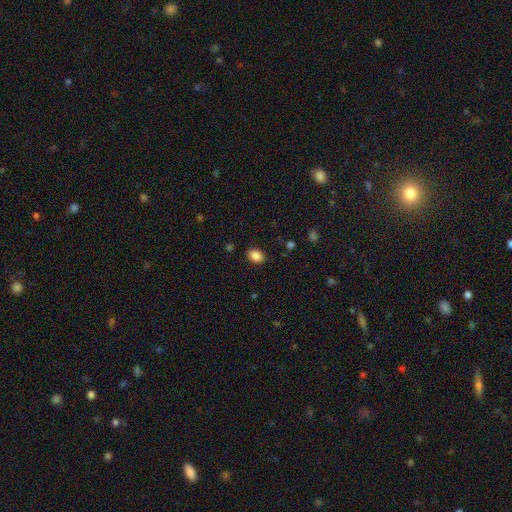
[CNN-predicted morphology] Q: Smooth or featured?
A: smooth (87%); runner-up: star or artifact (9%)
Q: How rounded?
A: in between (78%); runner-up: round (21%)
Q: Merging?
A: none (87%); runner-up: minor disturbance (9%)